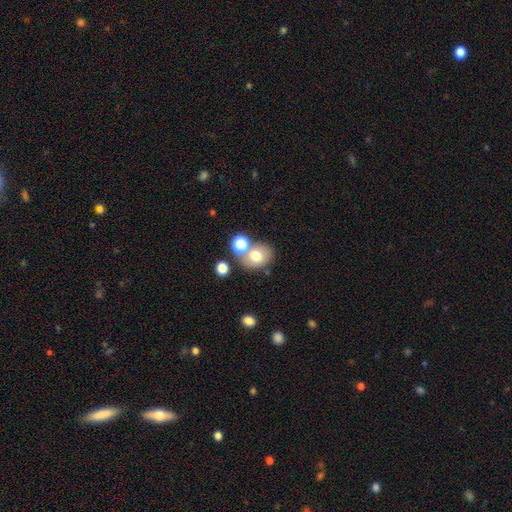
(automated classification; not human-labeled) Q: Smooth or featured?
A: smooth (72%); runner-up: featured or disk (15%)
Q: How rounded?
A: round (54%); runner-up: in between (45%)
Q: Merging?
A: none (57%); runner-up: merger (25%)